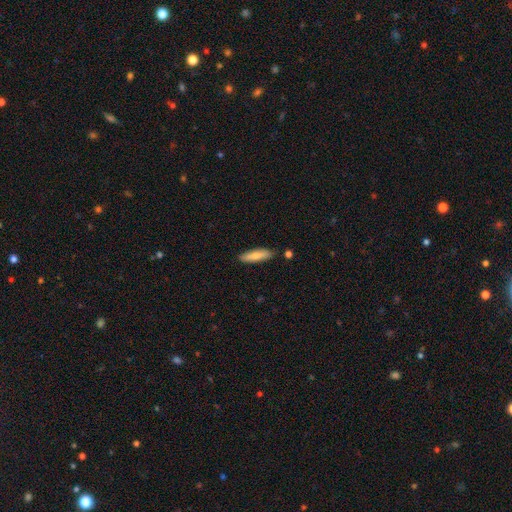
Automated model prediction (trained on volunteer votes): Smooth or featured? Predicted: smooth (p=0.76). How rounded? Predicted: cigar-shaped (p=0.70). Merging? Predicted: none (p=0.85).